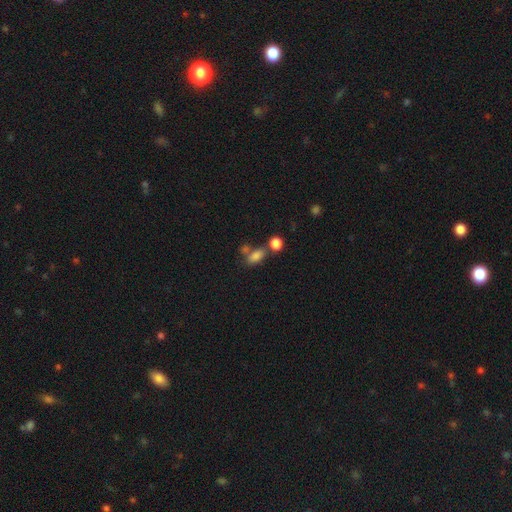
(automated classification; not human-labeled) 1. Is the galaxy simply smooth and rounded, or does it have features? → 79% smooth, 12% star or artifact, 9% featured or disk.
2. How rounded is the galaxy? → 81% in between, 14% round, 5% cigar-shaped.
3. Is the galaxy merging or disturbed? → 46% none, 33% merger, 15% minor disturbance, 7% major disturbance.